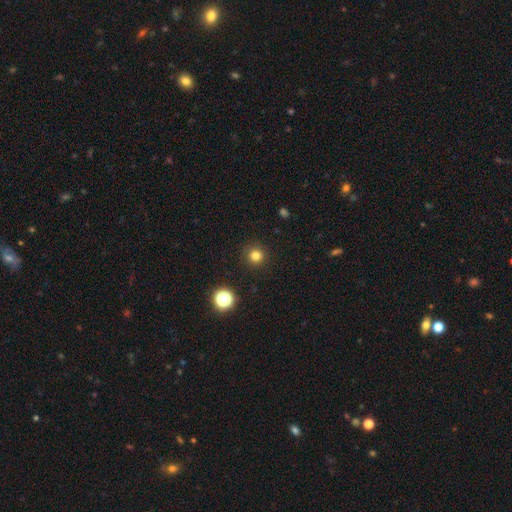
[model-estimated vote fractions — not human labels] Smooth or featured?
  - smooth: 78% *
  - star or artifact: 16%
  - featured or disk: 6%
How rounded?
  - round: 94% *
  - in between: 5%
  - cigar-shaped: 1%
Merging?
  - none: 91% *
  - minor disturbance: 6%
  - major disturbance: 2%
  - merger: 1%